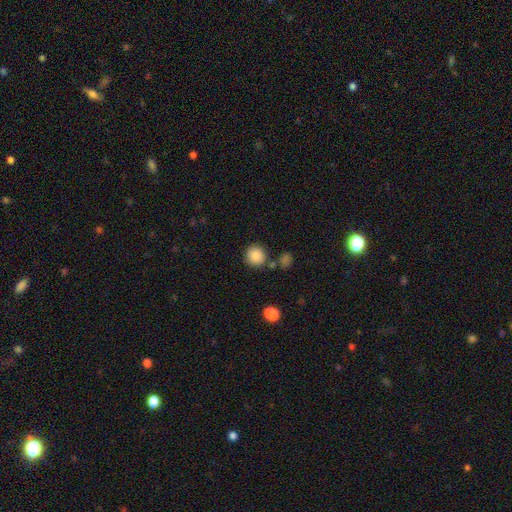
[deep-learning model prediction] The model was most divided on "merging": none: 81%, minor disturbance: 9%, merger: 7%, major disturbance: 3%. More confident: how rounded — round (92%); smooth or featured — smooth (86%).